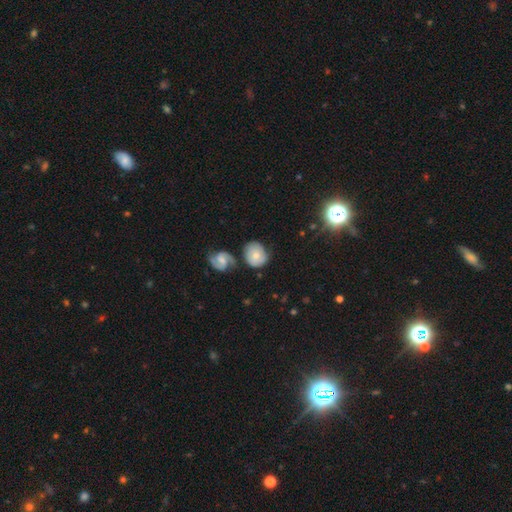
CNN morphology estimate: Q: Smooth or featured?
A: smooth (50%); runner-up: featured or disk (41%)
Q: How rounded?
A: round (73%); runner-up: in between (26%)
Q: Merging?
A: none (56%); runner-up: minor disturbance (21%)